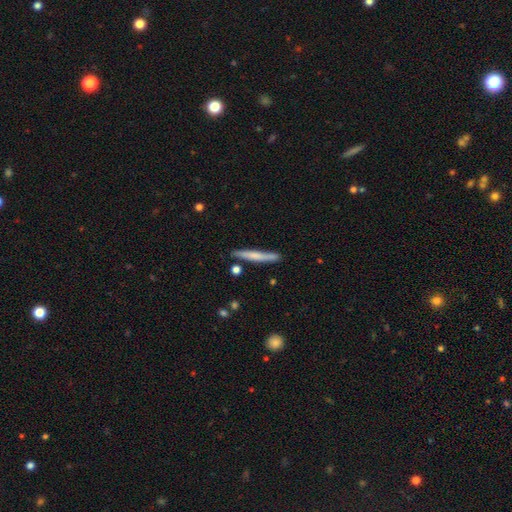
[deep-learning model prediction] Smooth or featured? smooth (58%)
How rounded? cigar-shaped (95%)
Merging? none (83%)